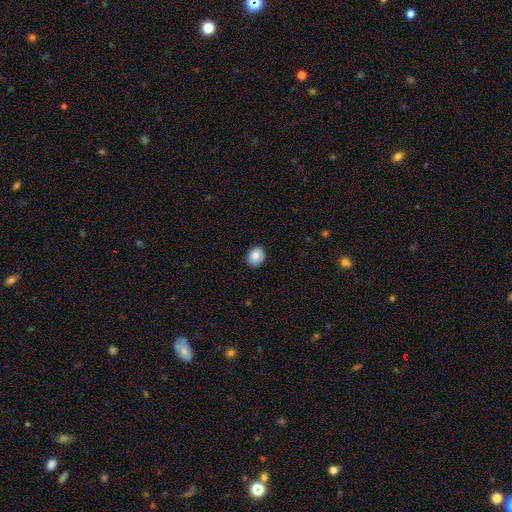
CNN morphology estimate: type=smooth (87%); roundness=round (54%); merging=none (89%).